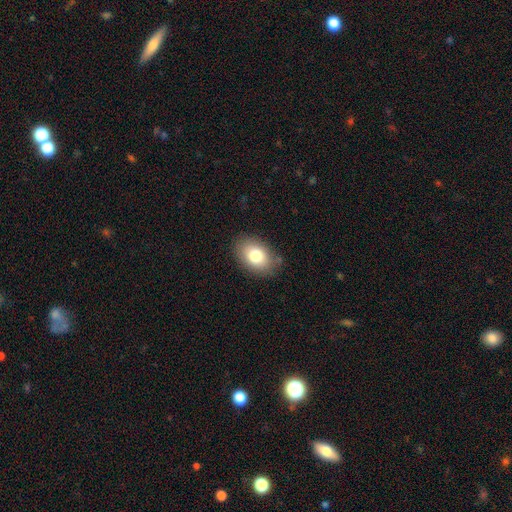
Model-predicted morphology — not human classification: Q: Smooth or featured?
A: smooth (79%); runner-up: featured or disk (13%)
Q: How rounded?
A: in between (84%); runner-up: round (15%)
Q: Merging?
A: none (82%); runner-up: minor disturbance (13%)